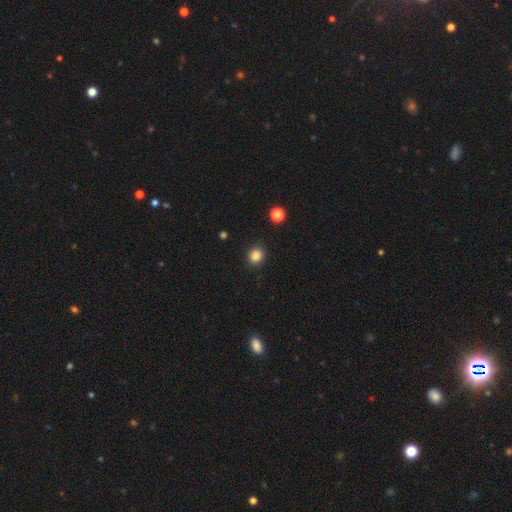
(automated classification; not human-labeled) A smooth galaxy with no disk features (85%) that is round (86%).

Vote fractions:
- Smooth or featured? smooth: 85% / star or artifact: 12% / featured or disk: 3%
- How rounded? round: 86% / in between: 13% / cigar-shaped: 1%
- Merging? none: 90% / minor disturbance: 7% / major disturbance: 2% / merger: 1%